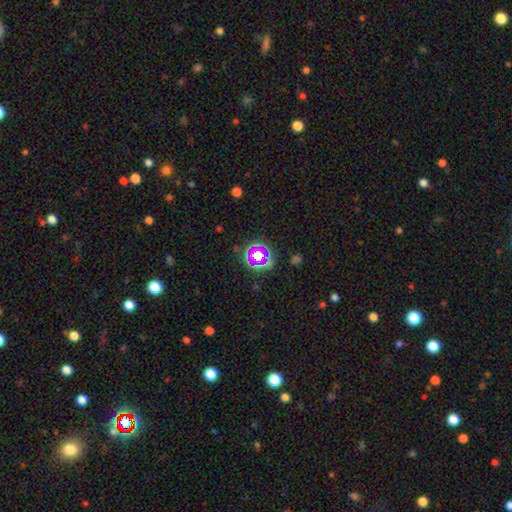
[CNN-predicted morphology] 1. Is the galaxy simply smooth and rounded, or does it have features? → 57% star or artifact, 29% smooth, 14% featured or disk.